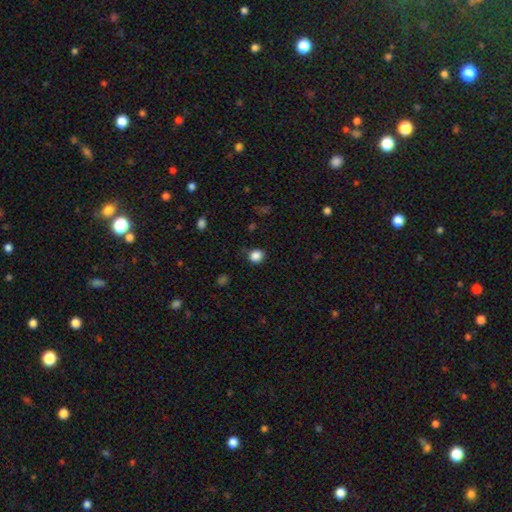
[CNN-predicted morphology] This appears to be a smooth galaxy with no disk features (85%) that is round (79%). Merging: none (78%).